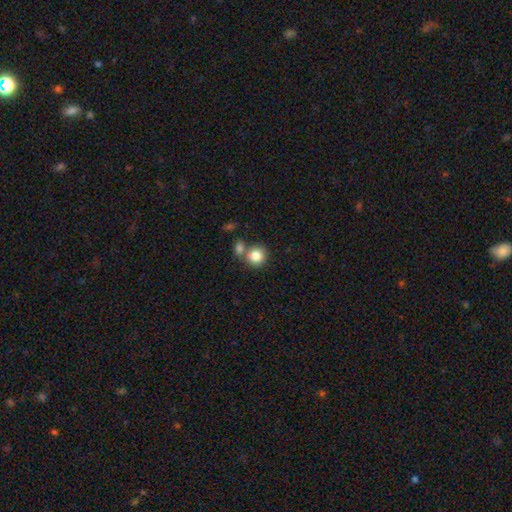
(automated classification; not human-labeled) smooth_or_featured: smooth (p=0.83) [alt: star or artifact p=0.09]
how_rounded: round (p=0.85) [alt: in between p=0.14]
merging: none (p=0.53) [alt: merger p=0.33]